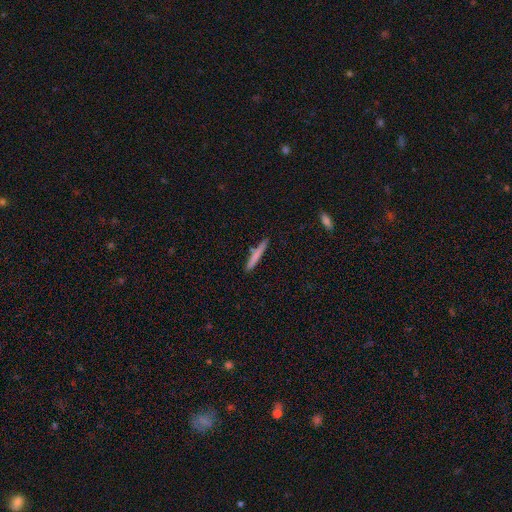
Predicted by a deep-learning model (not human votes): A smooth galaxy with no disk features (73%) that is cigar-shaped (95%). Merging: none (84%).